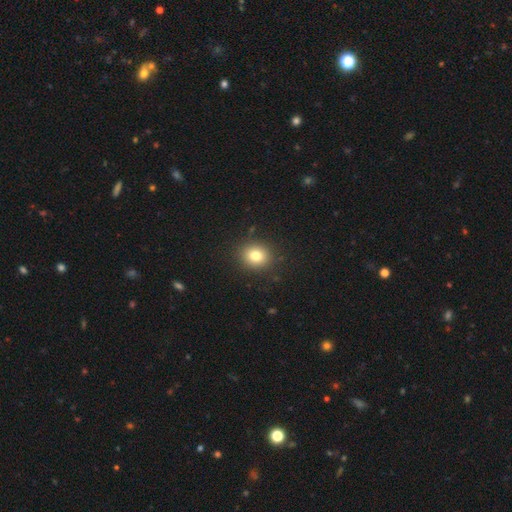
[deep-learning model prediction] The model was most divided on "how rounded": round: 76%, in between: 23%, cigar-shaped: 1%. More confident: merging — none (89%); smooth or featured — smooth (79%).